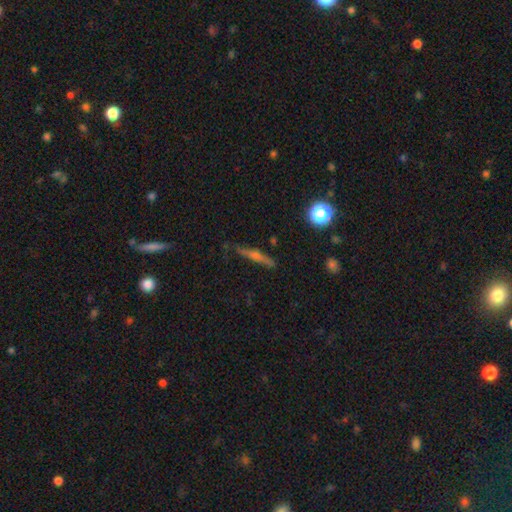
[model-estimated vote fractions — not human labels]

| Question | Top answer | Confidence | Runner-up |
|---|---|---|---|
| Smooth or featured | featured or disk | 59% | smooth (29%) |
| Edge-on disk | yes | 95% | no (5%) |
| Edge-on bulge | rounded | 78% | none (16%) |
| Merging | none | 84% | minor disturbance (12%) |